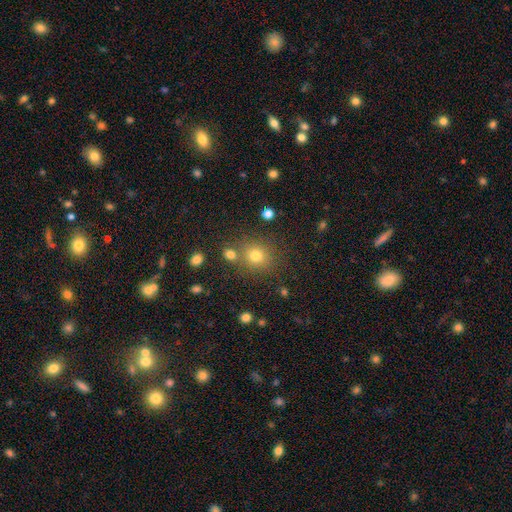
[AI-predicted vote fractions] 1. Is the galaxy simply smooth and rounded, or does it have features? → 75% smooth, 17% star or artifact, 8% featured or disk.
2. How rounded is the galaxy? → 84% round, 15% in between, 1% cigar-shaped.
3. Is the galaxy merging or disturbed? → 74% none, 12% merger, 10% minor disturbance, 4% major disturbance.